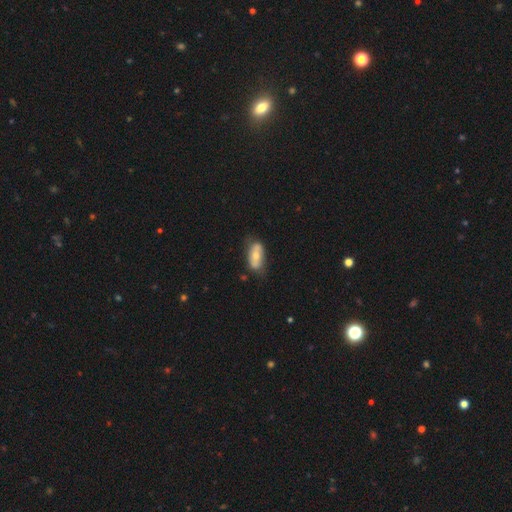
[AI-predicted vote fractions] A smooth galaxy with no disk features (55%) that is in between round and cigar-shaped (87%).

Vote fractions:
- Smooth or featured? smooth: 55% / featured or disk: 38% / star or artifact: 6%
- How rounded? in between: 87% / cigar-shaped: 10% / round: 4%
- Merging? none: 66% / minor disturbance: 25% / major disturbance: 6% / merger: 3%